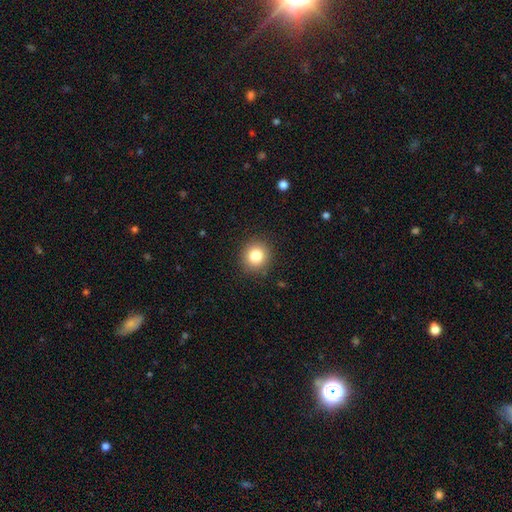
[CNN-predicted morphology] smooth 82%, star or artifact 11%, featured or disk 7%. Down the decision tree: how rounded — round (88%); merging — none (90%).